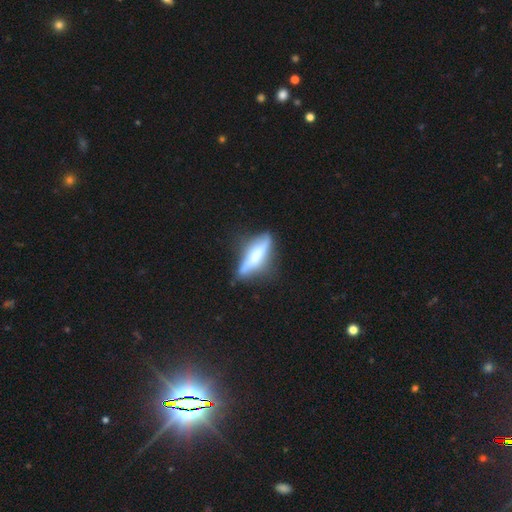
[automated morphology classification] This appears to be a featured or disk galaxy (56%) viewed edge-on (83%). Merging: none (69%).